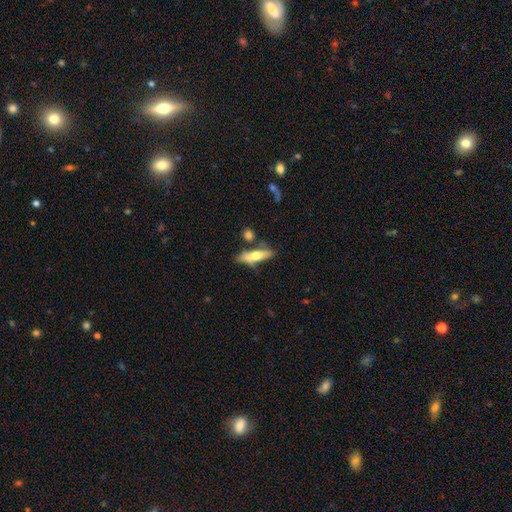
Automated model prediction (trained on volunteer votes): smooth 57%, featured or disk 37%, star or artifact 6%. Down the decision tree: how rounded — cigar-shaped (63%); merging — none (66%).